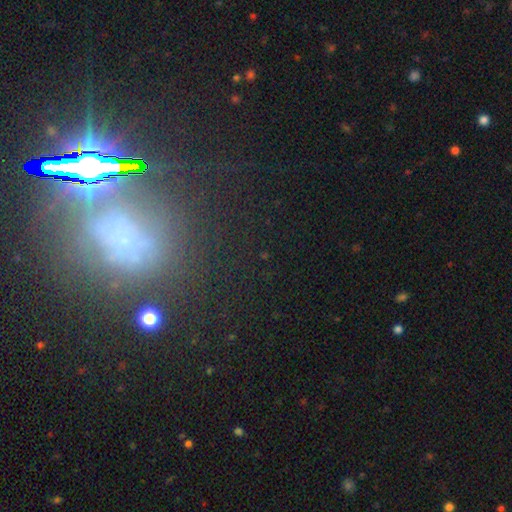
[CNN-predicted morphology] type=star or artifact (57%).